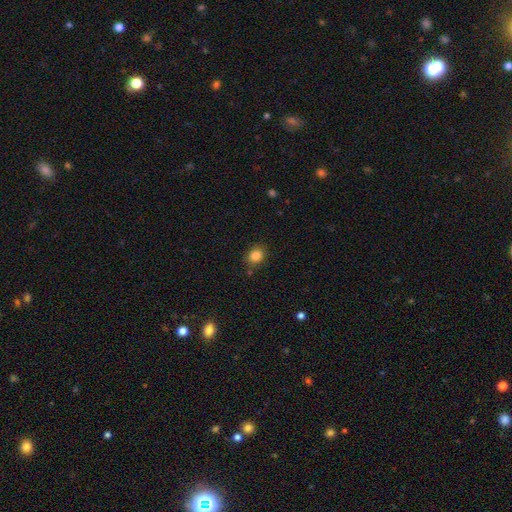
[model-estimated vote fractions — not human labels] smooth_or_featured: smooth (p=0.85) [alt: star or artifact p=0.11]
how_rounded: round (p=0.60) [alt: in between p=0.40]
merging: none (p=0.83) [alt: minor disturbance p=0.11]